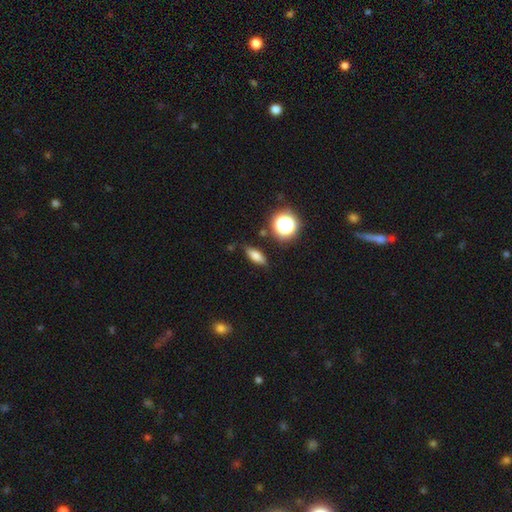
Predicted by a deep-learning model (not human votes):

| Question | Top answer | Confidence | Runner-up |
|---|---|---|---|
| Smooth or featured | smooth | 70% | featured or disk (17%) |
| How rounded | in between | 59% | cigar-shaped (31%) |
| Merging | none | 83% | minor disturbance (12%) |